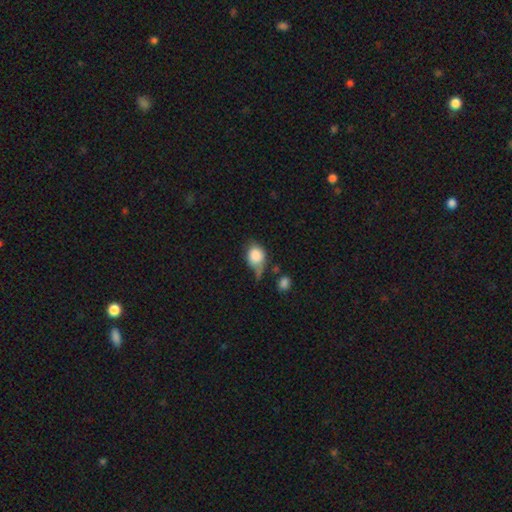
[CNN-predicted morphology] A smooth galaxy with no disk features (82%) that is round (50%). Merging: minor disturbance (35%).